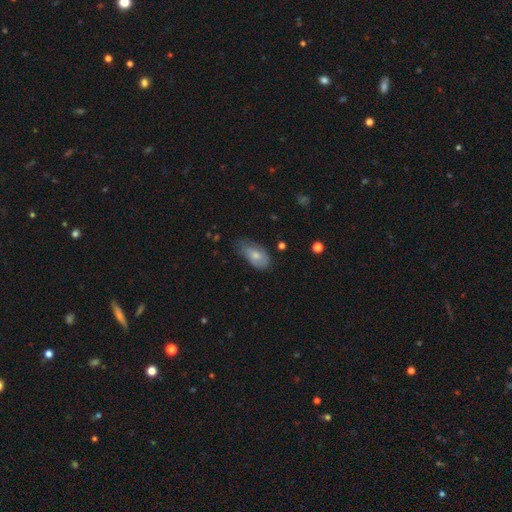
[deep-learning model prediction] Smooth or featured? Predicted: smooth (p=0.72). How rounded? Predicted: in between (p=0.92). Merging? Predicted: none (p=0.49).